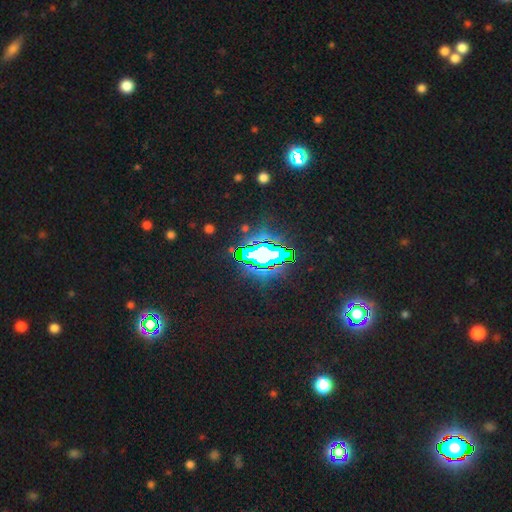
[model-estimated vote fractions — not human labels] smooth-or-featured: star or artifact: 74% | smooth: 14% | featured or disk: 11%